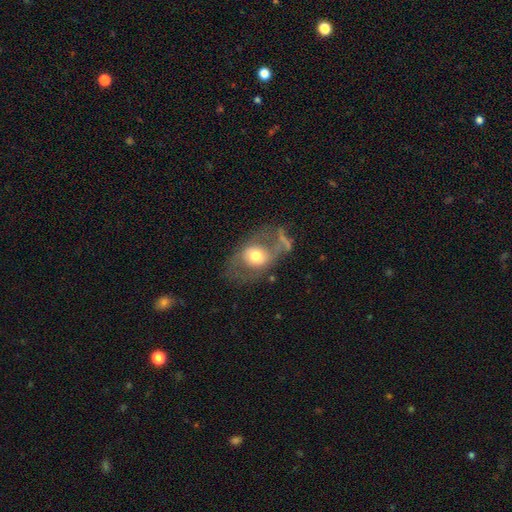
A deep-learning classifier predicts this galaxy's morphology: A featured or disk galaxy (50%). Merging: none (42%).